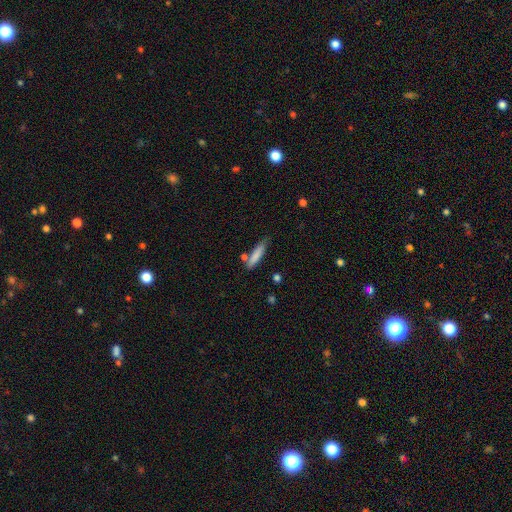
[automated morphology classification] Overall: smooth (80%). How rounded: cigar-shaped (82%). Merging: none (68%).